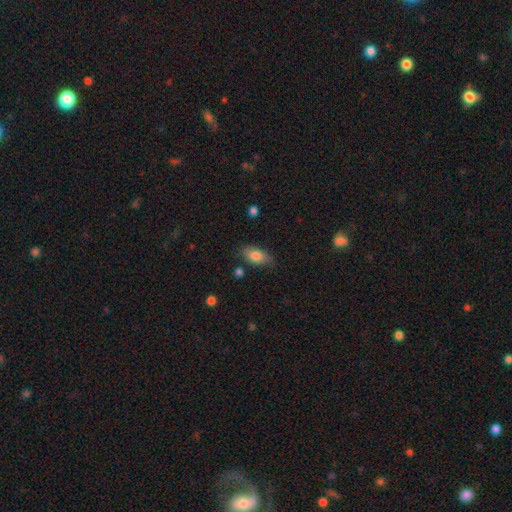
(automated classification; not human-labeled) Overall: smooth (79%). How rounded: in between (88%). Merging: none (75%).